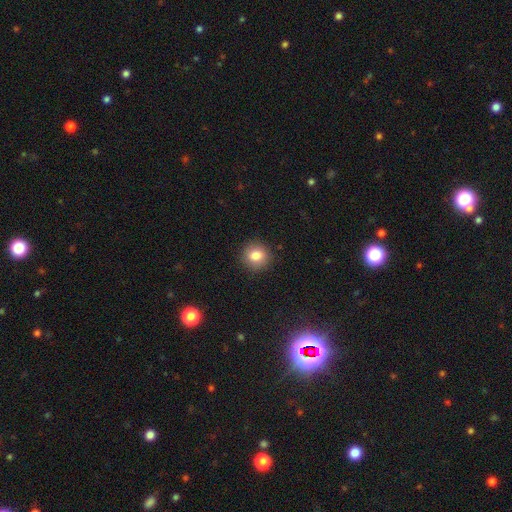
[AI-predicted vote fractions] A smooth galaxy with no disk features (82%) that is round (88%).

Vote fractions:
- Smooth or featured? smooth: 82% / star or artifact: 10% / featured or disk: 7%
- How rounded? round: 88% / in between: 11% / cigar-shaped: 1%
- Merging? none: 90% / minor disturbance: 7% / major disturbance: 2% / merger: 1%